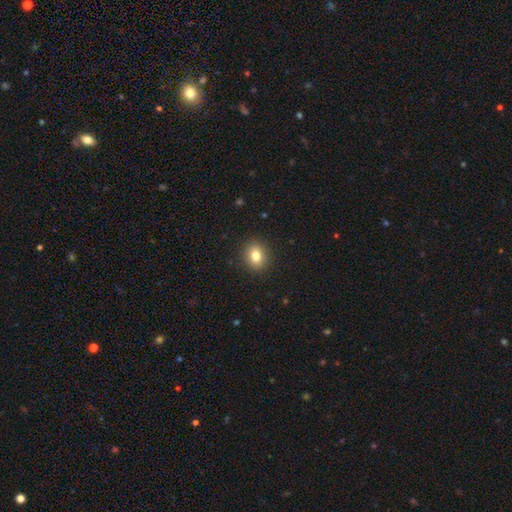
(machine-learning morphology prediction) Smooth or featured? smooth (81%)
How rounded? round (66%)
Merging? none (91%)